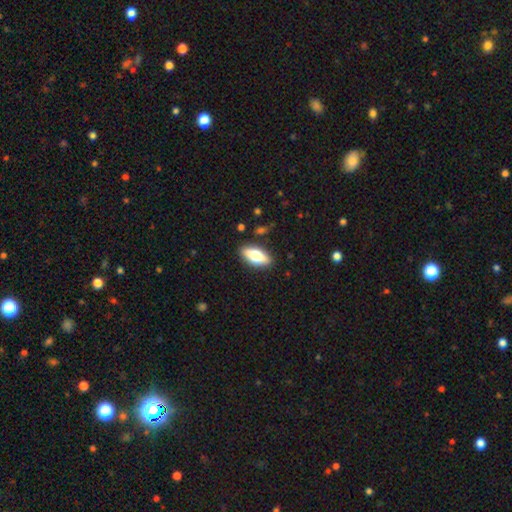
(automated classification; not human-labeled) Smooth or featured?
  - smooth: 63% *
  - featured or disk: 30%
  - star or artifact: 7%
How rounded?
  - in between: 78% *
  - cigar-shaped: 19%
  - round: 3%
Merging?
  - none: 86% *
  - minor disturbance: 10%
  - major disturbance: 2%
  - merger: 2%